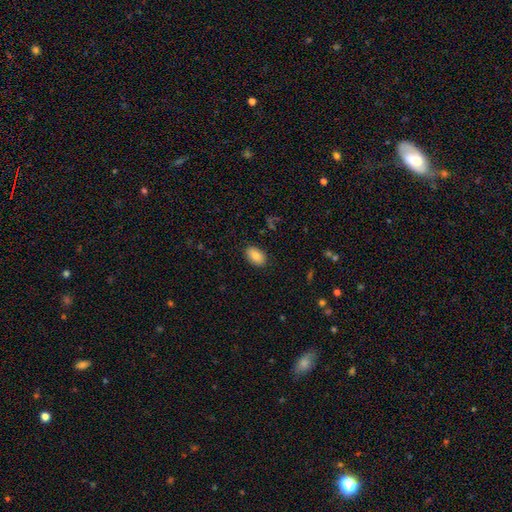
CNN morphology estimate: type=smooth (85%); roundness=in between (91%); merging=none (87%).